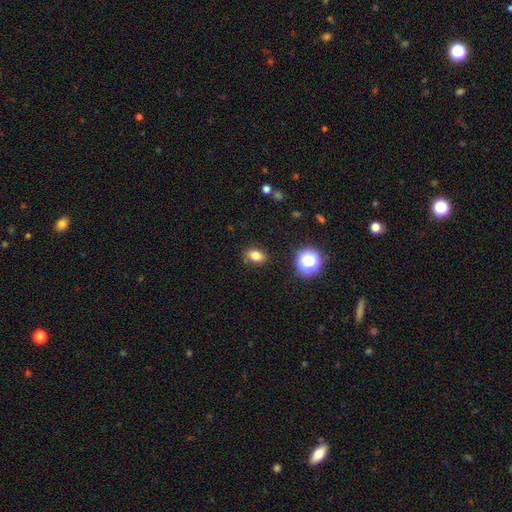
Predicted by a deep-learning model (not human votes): This is likely a smooth galaxy (80%). How rounded: likely in between (76%). Merging: clearly none (86%).